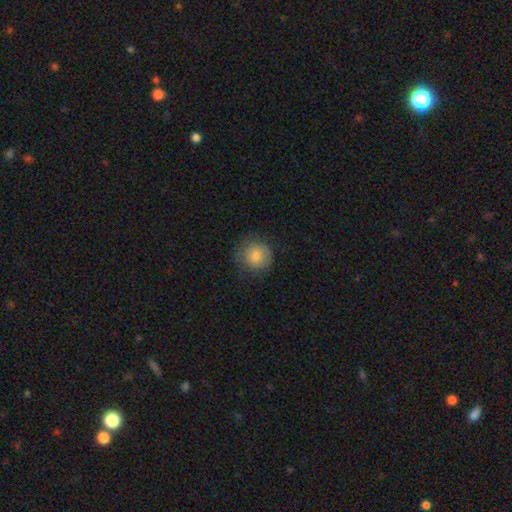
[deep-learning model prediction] smooth_or_featured: smooth (p=0.79) [alt: featured or disk p=0.12]
how_rounded: round (p=0.91) [alt: in between p=0.08]
merging: none (p=0.76) [alt: minor disturbance p=0.17]